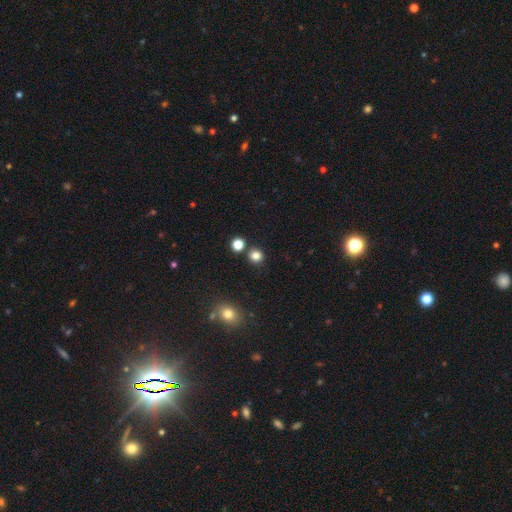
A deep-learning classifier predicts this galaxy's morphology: This appears to be a smooth galaxy with no disk features (81%) that is round (88%). Merging: none (83%).